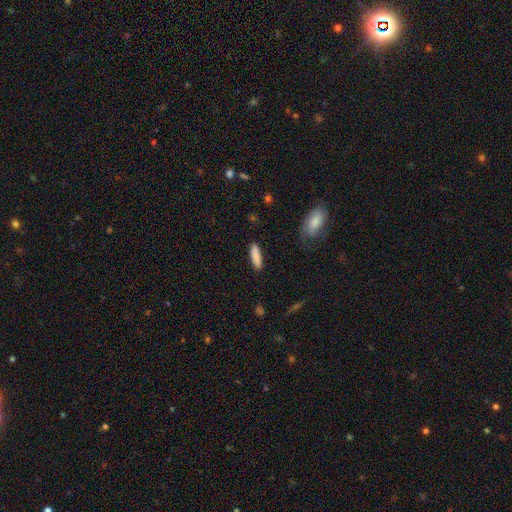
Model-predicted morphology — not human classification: smooth_or_featured: smooth (p=0.87) [alt: featured or disk p=0.07]
how_rounded: cigar-shaped (p=0.68) [alt: in between p=0.31]
merging: none (p=0.87) [alt: minor disturbance p=0.09]